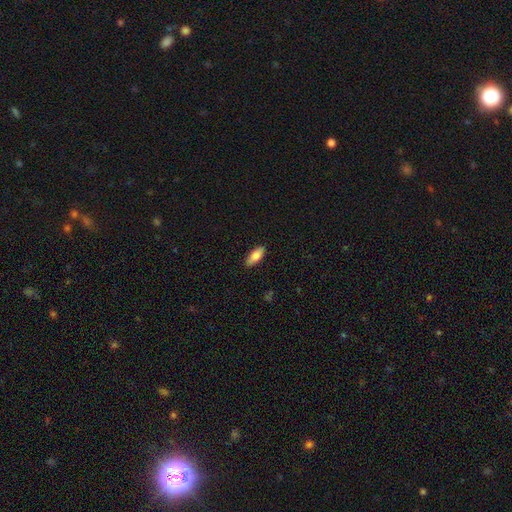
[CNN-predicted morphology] Smooth or featured: smooth — 79% (featured or disk — 15%)
How rounded: in between — 79% (cigar-shaped — 19%)
Merging: none — 89% (minor disturbance — 8%)